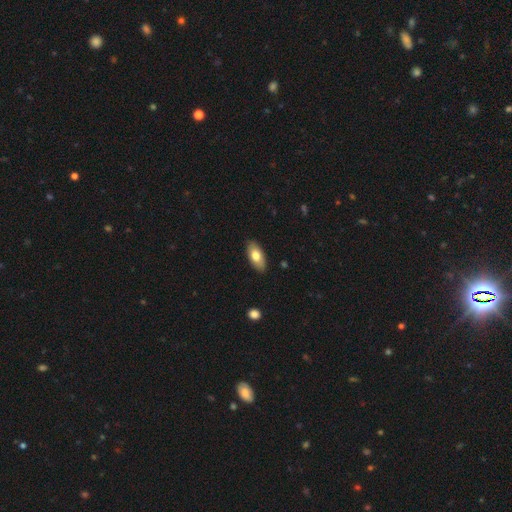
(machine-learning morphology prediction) type=smooth (75%); roundness=in between (91%); merging=none (87%).